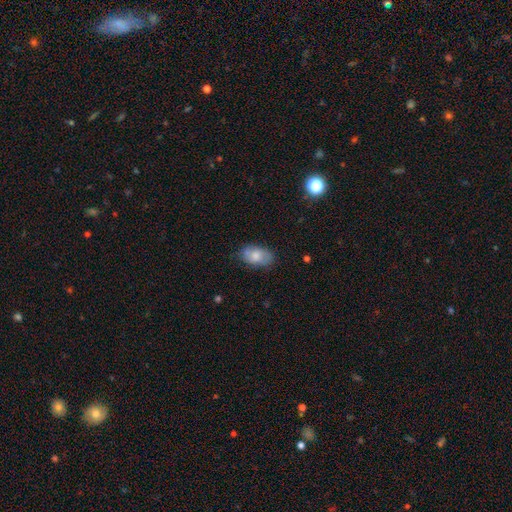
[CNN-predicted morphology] This appears to be a smooth galaxy with no disk features (72%) that is in between round and cigar-shaped (91%). Merging: none (69%).